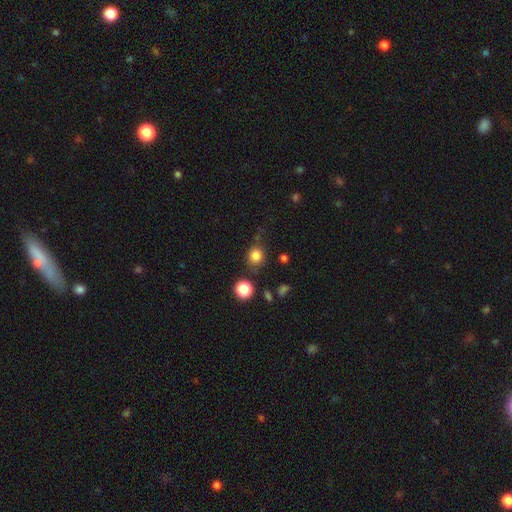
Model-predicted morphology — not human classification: type=smooth (83%); roundness=round (84%); merging=none (77%).